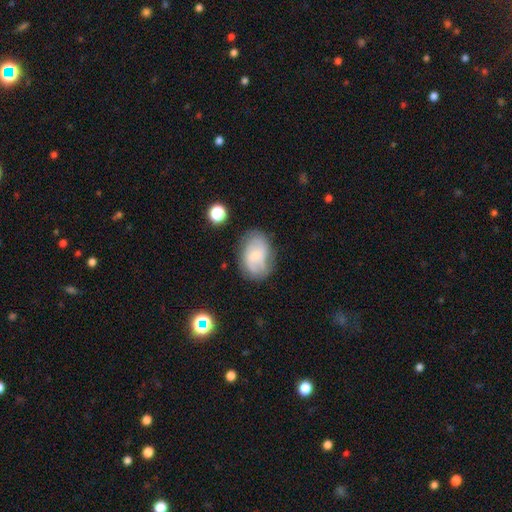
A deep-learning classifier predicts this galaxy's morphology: A featured or disk galaxy (50%).

Vote fractions:
- Smooth or featured? featured or disk: 50% / smooth: 41% / star or artifact: 9%
- Edge-on disk? no: 96% / yes: 4%
- Merging? none: 62% / minor disturbance: 25% / major disturbance: 10% / merger: 3%